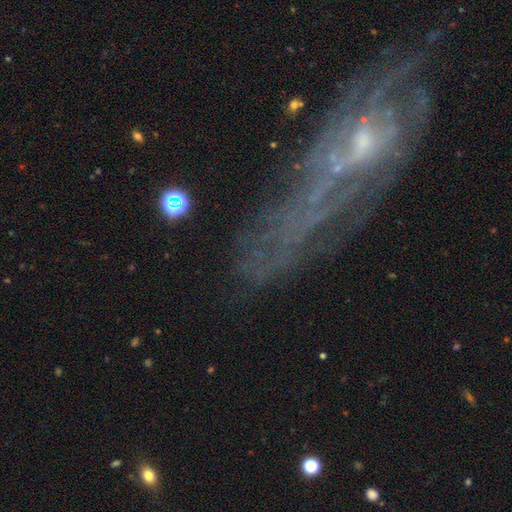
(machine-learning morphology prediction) Smooth or featured? featured or disk (70%)
Edge-on disk? no (78%)
Bar? no (57%)
Spiral arms? yes (75%)
Bulge size? small (58%)
Merging? none (68%)